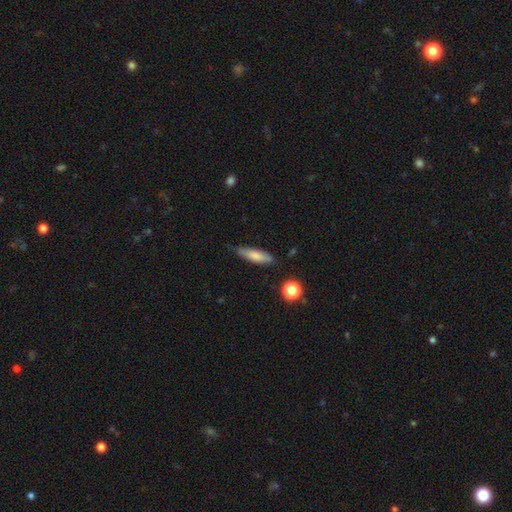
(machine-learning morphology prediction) This appears to be a smooth galaxy with no disk features (77%) that is cigar-shaped (61%). Merging: none (71%).